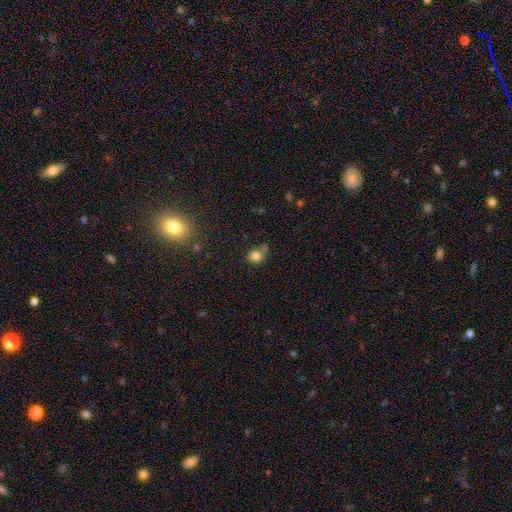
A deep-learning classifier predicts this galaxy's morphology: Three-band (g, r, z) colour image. It shows a smooth galaxy with no disk features (82%) that is round (86%). Merging: none (62%).